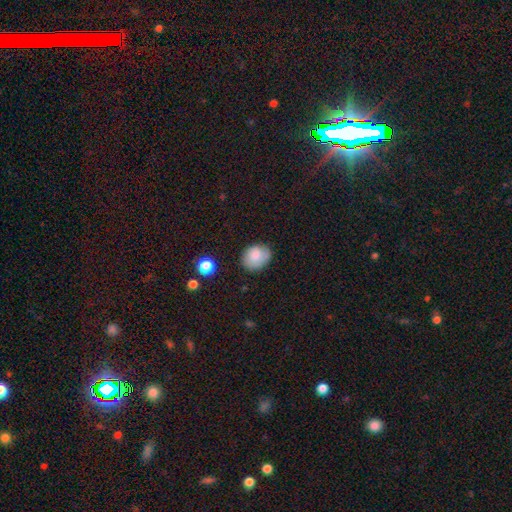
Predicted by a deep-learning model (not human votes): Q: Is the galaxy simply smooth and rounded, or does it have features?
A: smooth — 81%.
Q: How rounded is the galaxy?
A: in between — 56%.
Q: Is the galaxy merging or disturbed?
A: none — 73%.